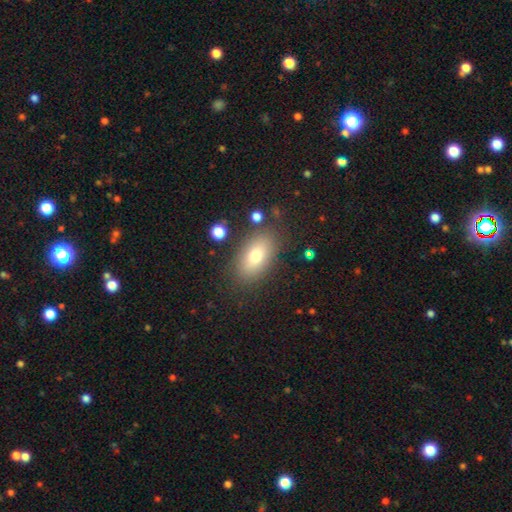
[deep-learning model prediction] Smooth or featured? Predicted: smooth (p=0.74). How rounded? Predicted: in between (p=0.89). Merging? Predicted: none (p=0.83).